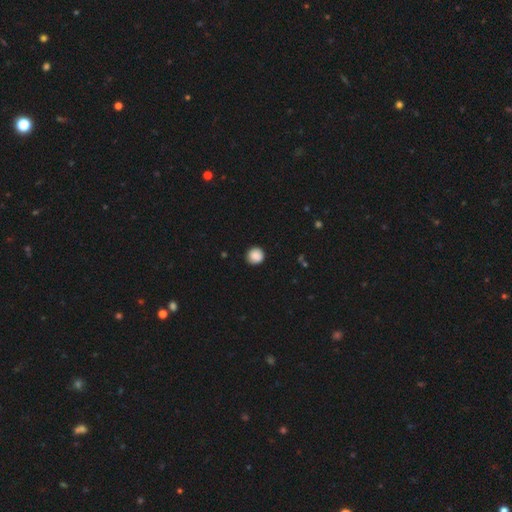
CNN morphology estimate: smooth-or-featured: smooth: 88% | star or artifact: 9% | featured or disk: 3%
  how-rounded: round: 94% | in between: 5% | cigar-shaped: 1%
  merging: none: 90% | minor disturbance: 7% | major disturbance: 2% | merger: 1%